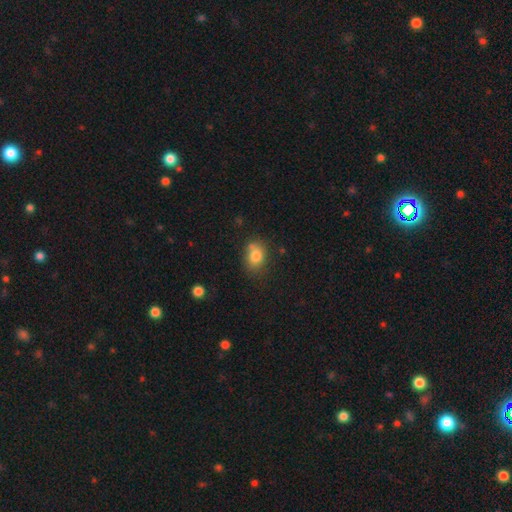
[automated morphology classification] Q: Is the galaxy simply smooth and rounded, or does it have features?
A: smooth — 79%.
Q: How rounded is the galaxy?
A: in between — 57%.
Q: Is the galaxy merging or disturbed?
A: none — 58%.